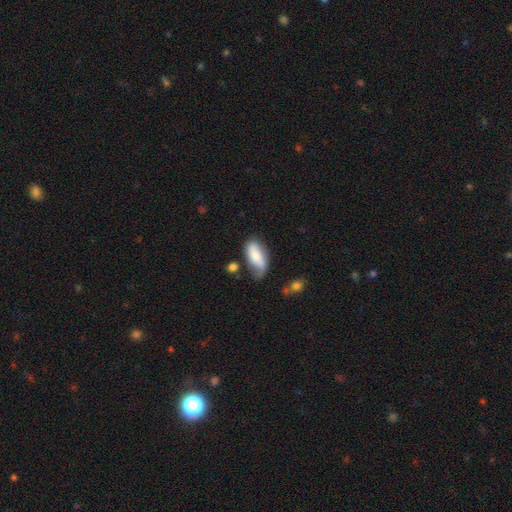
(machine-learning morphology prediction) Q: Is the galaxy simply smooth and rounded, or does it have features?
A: smooth — 63%.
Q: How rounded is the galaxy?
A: in between — 84%.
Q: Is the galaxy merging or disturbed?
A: none — 49%.